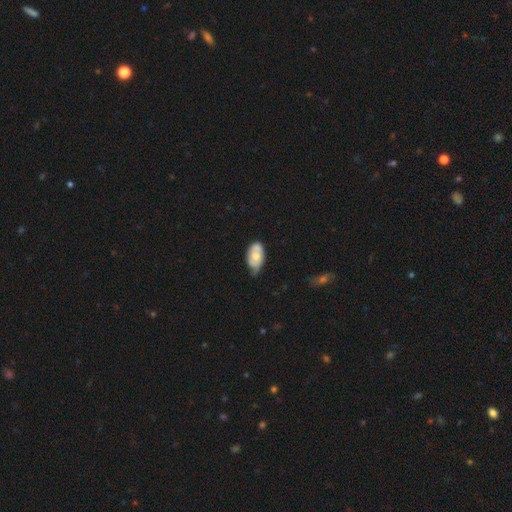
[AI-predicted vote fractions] This appears to be a smooth galaxy with no disk features (53%) that is in between round and cigar-shaped (91%). Merging: minor disturbance (44%).